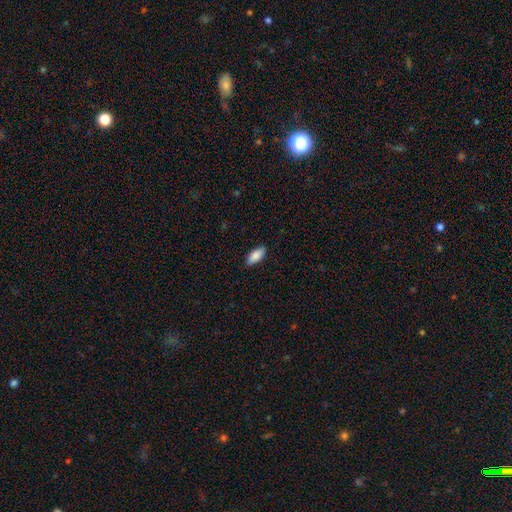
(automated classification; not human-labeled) Smooth or featured: smooth — 87% (featured or disk — 7%)
How rounded: in between — 85% (cigar-shaped — 13%)
Merging: none — 87% (minor disturbance — 10%)